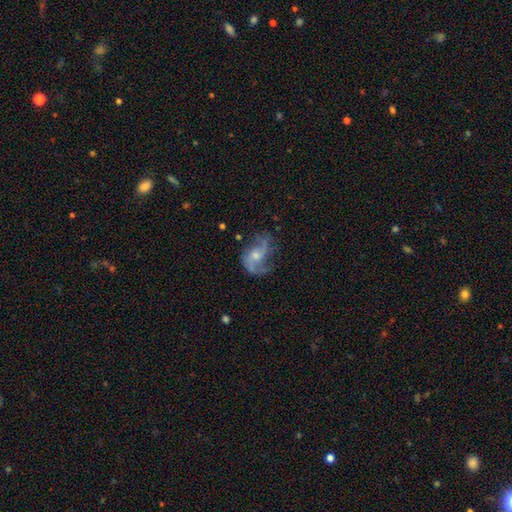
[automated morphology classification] Smooth or featured?
  - featured or disk: 83% *
  - smooth: 9%
  - star or artifact: 8%
Edge-on disk?
  - no: 97% *
  - yes: 3%
Bar?
  - no: 60% *
  - weak: 33%
  - strong: 8%
Spiral arms?
  - yes: 94% *
  - no: 6%
Spiral winding?
  - loose: 51% *
  - medium: 39%
  - tight: 10%
Spiral arm count?
  - 2: 71% *
  - 3: 11%
  - can't tell: 8%
  - 1: 5%
  - 4: 3%
  - more than 4: 2%
Bulge size?
  - small: 48% *
  - moderate: 44%
  - none: 5%
  - large: 3%
  - dominant: 1%
Merging?
  - none: 62% *
  - minor disturbance: 20%
  - major disturbance: 16%
  - merger: 2%